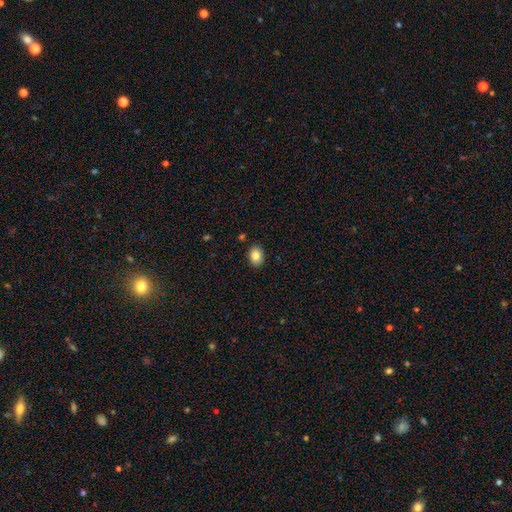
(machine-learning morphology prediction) Smooth or featured? smooth (83%)
How rounded? in between (71%)
Merging? none (89%)